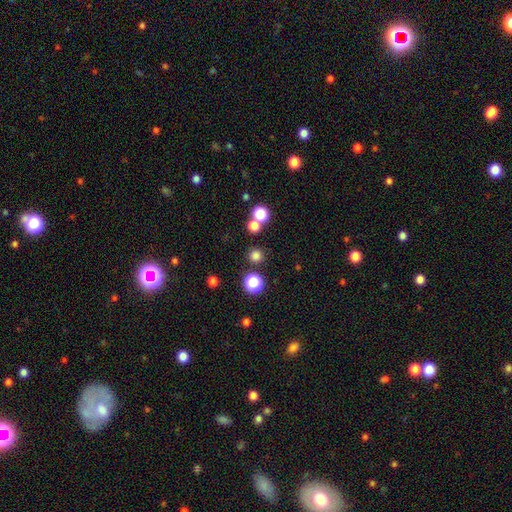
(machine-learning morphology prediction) smooth_or_featured: smooth (p=0.75) [alt: star or artifact p=0.20]
how_rounded: round (p=0.94) [alt: in between p=0.05]
merging: none (p=0.82) [alt: merger p=0.09]